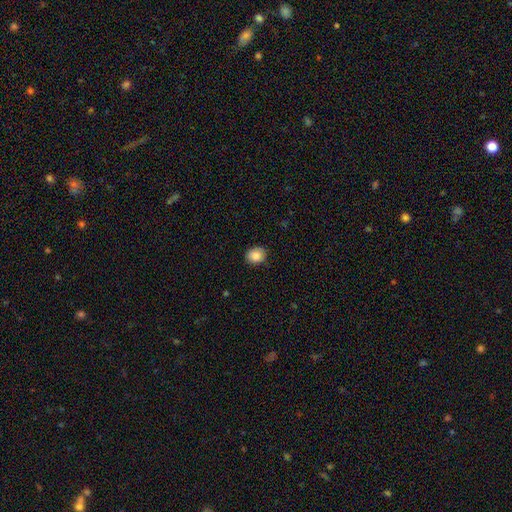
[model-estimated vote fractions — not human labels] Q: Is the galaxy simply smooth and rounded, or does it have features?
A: smooth — 87%.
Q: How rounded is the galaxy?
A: round — 64%.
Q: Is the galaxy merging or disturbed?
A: none — 87%.